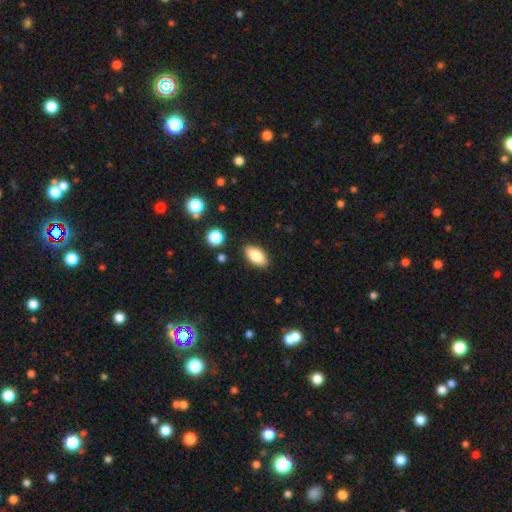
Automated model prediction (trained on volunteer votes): A smooth galaxy with no disk features (82%) that is in between round and cigar-shaped (89%). Merging: none (87%).